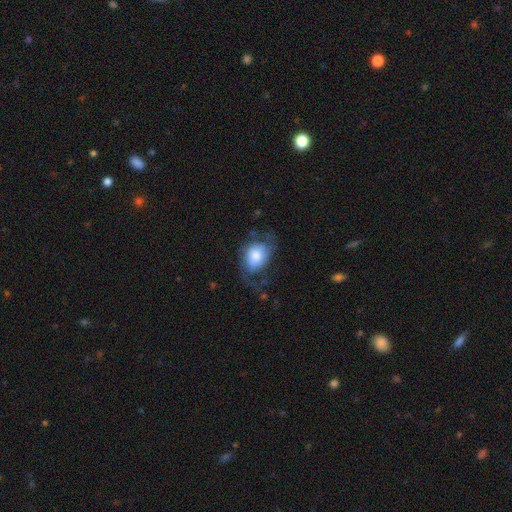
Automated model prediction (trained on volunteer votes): Smooth or featured?
  - smooth: 58% *
  - featured or disk: 34%
  - star or artifact: 7%
How rounded?
  - in between: 67% *
  - round: 32%
  - cigar-shaped: 1%
Merging?
  - none: 40% *
  - major disturbance: 32%
  - minor disturbance: 26%
  - merger: 2%